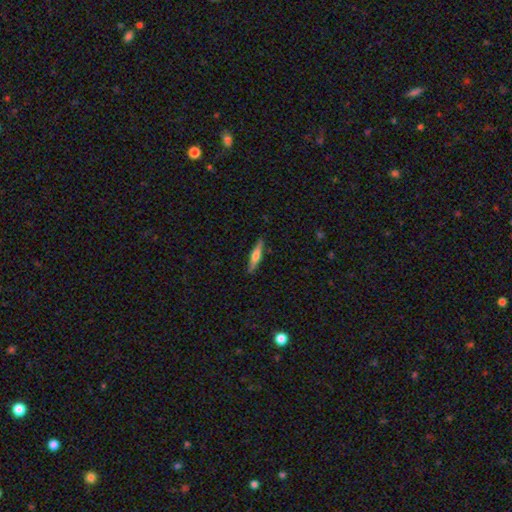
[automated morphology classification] A smooth galaxy with no disk features (57%) that is cigar-shaped (85%).

Vote fractions:
- Smooth or featured? smooth: 57% / featured or disk: 37% / star or artifact: 6%
- How rounded? cigar-shaped: 85% / in between: 13% / round: 2%
- Merging? none: 88% / minor disturbance: 9% / major disturbance: 2% / merger: 1%